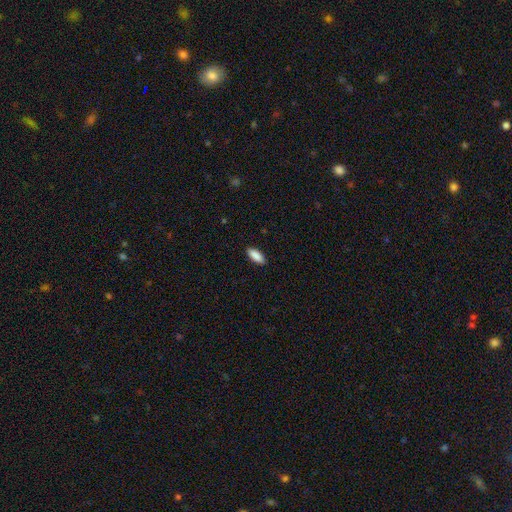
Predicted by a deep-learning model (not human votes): Morphology: type=smooth (89%); roundness=in between (76%); merging=none (89%).